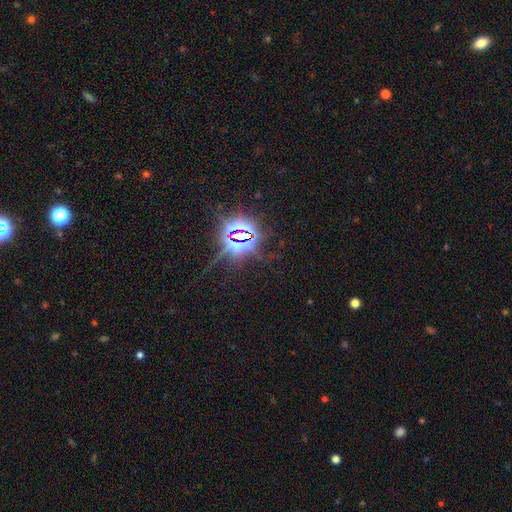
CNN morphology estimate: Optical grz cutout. It shows a star or artifact, not a galaxy (86%).